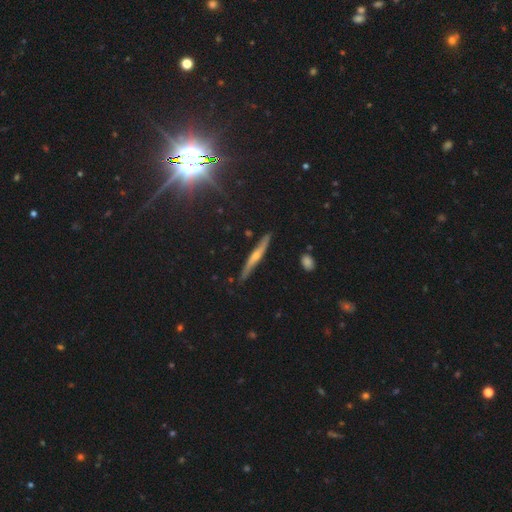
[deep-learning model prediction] This is likely a featured or disk galaxy (68%). It is clearly viewed edge-on (95%). Edge-on bulge: clearly rounded (81%). Merging: clearly none (85%).